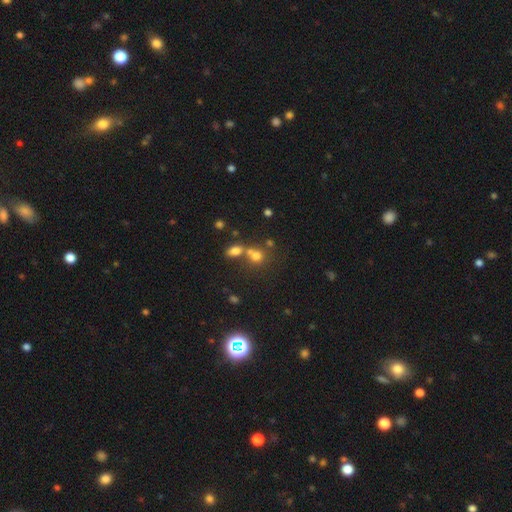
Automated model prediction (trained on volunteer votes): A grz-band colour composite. It shows a smooth galaxy with no disk features (69%) that is round (71%). Merging: merger (45%).